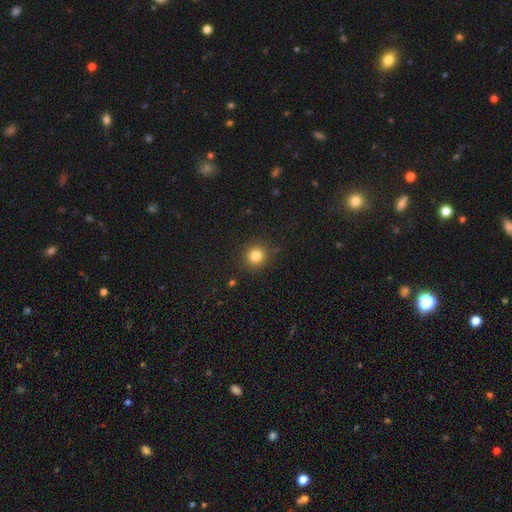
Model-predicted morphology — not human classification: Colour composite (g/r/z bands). It shows a smooth galaxy with no disk features (82%) that is round (91%). Merging: none (88%).